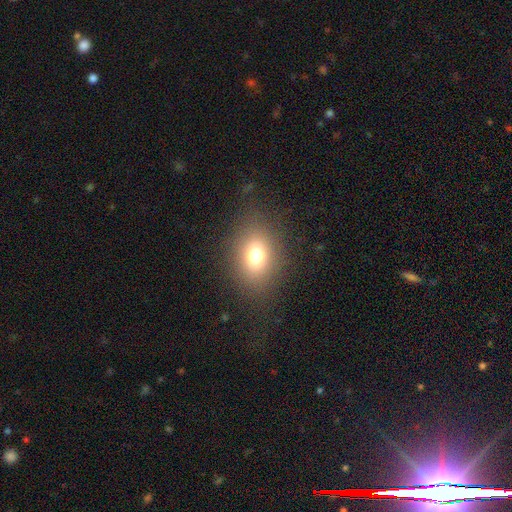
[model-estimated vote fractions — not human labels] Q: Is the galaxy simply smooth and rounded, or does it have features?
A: smooth — 74%.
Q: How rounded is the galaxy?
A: in between — 61%.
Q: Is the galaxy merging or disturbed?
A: none — 83%.